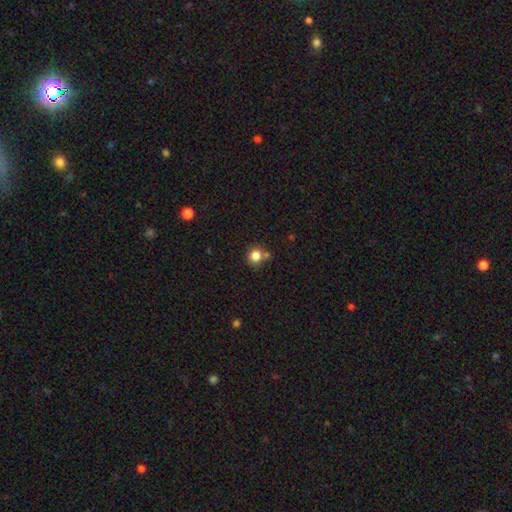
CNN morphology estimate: A smooth galaxy with no disk features (82%) that is round (88%). Merging: none (67%).